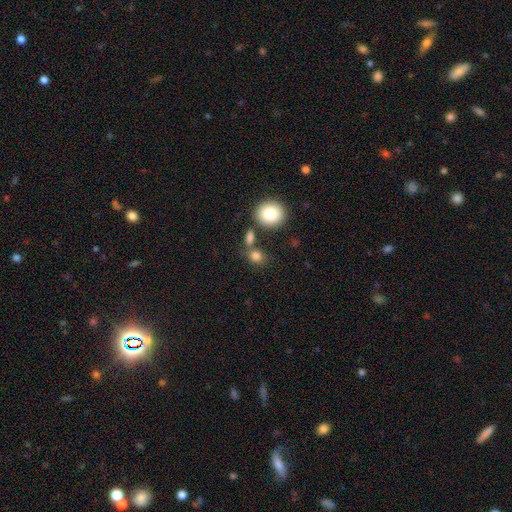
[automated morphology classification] smooth 82%, star or artifact 12%, featured or disk 7%. Down the decision tree: how rounded — round (57%); merging — none (62%).